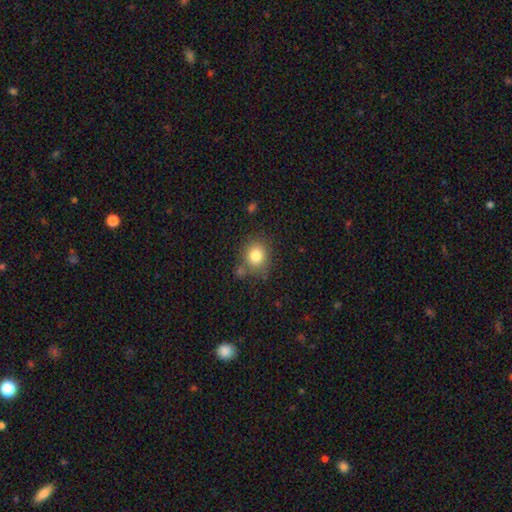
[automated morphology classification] Smooth or featured? smooth (80%)
How rounded? round (74%)
Merging? none (69%)